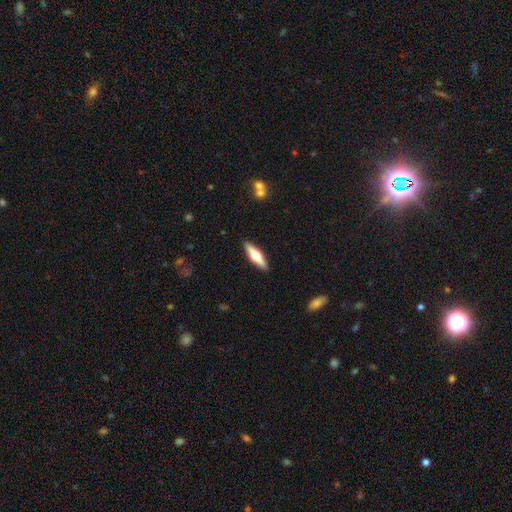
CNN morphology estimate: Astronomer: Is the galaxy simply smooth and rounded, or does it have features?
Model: smooth — 49% (runner-up: featured or disk, 46%).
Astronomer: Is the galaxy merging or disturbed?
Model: none — 90%.